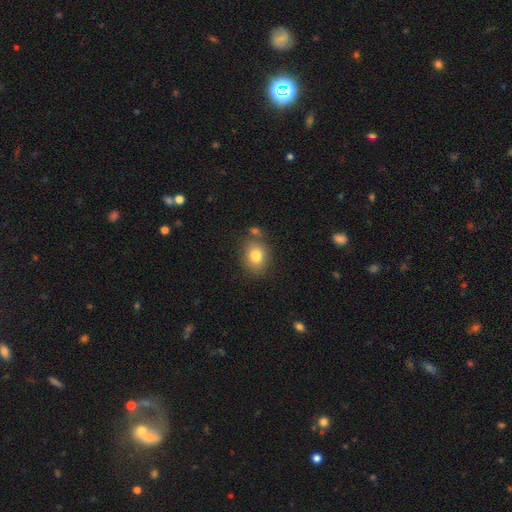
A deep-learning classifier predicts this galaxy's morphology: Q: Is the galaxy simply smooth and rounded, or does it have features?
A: smooth — 80%.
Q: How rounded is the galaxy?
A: round — 52%.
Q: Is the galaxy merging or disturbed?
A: none — 73%.